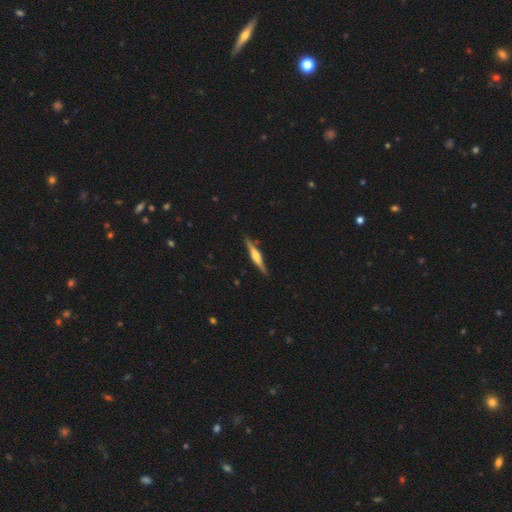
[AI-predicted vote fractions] Overall: featured or disk (70%). Edge-on disk: yes (98%). Edge-on bulge: rounded (81%). Merging: none (89%).